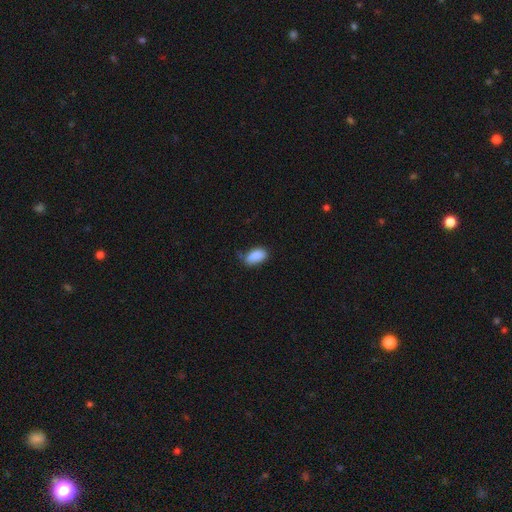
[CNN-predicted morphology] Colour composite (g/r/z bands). It shows a smooth galaxy with no disk features (88%) that is in between round and cigar-shaped (92%). Merging: none (57%).